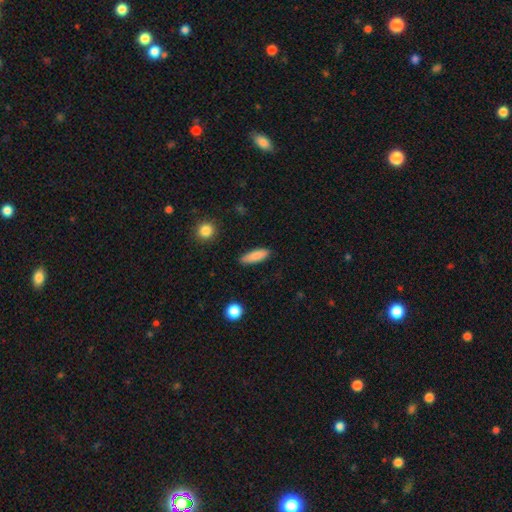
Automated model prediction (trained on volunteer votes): Smooth or featured: smooth — 87% (star or artifact — 7%)
How rounded: in between — 50% (cigar-shaped — 48%)
Merging: none — 86% (minor disturbance — 10%)